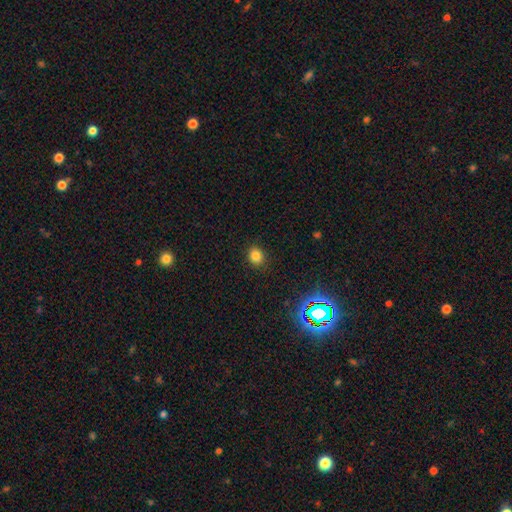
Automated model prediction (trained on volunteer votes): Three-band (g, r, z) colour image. It shows a smooth galaxy with no disk features (81%) that is round (65%). Merging: none (89%).